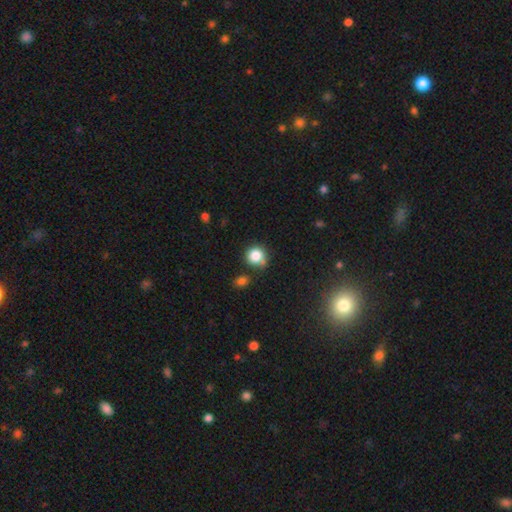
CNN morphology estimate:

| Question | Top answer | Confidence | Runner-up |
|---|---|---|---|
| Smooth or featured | smooth | 83% | star or artifact (11%) |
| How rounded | round | 88% | in between (11%) |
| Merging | none | 65% | minor disturbance (19%) |